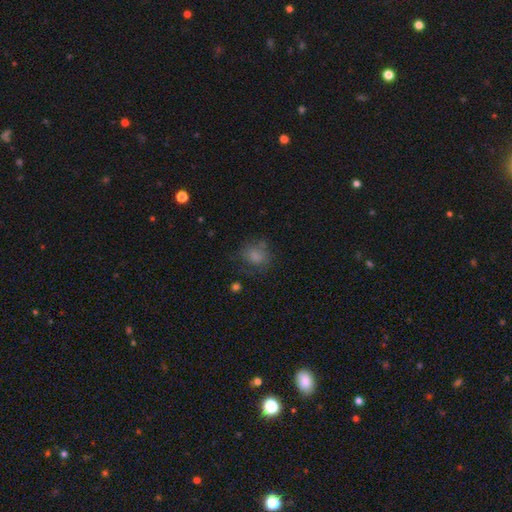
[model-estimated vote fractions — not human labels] A smooth galaxy with no disk features (75%) that is round (63%).

Vote fractions:
- Smooth or featured? smooth: 75% / featured or disk: 12% / star or artifact: 12%
- How rounded? round: 63% / in between: 36% / cigar-shaped: 1%
- Merging? none: 57% / minor disturbance: 23% / major disturbance: 15% / merger: 4%